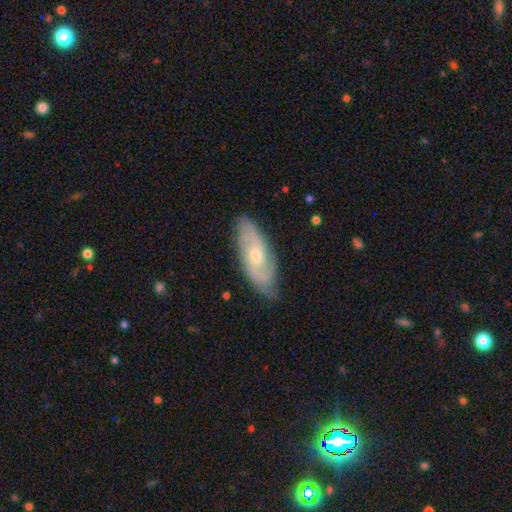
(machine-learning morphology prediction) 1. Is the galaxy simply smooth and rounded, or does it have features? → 74% featured or disk, 21% smooth, 6% star or artifact.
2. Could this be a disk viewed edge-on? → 88% no, 12% yes.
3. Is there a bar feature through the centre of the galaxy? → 64% no, 31% weak, 5% strong.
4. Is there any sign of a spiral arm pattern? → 91% yes, 9% no.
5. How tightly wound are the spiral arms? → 44% tight, 40% medium, 15% loose.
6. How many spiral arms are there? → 50% 2, 29% can't tell, 12% 3, 4% 4, 3% 1, 3% more than 4.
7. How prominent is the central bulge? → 54% moderate, 42% small, 2% large, 1% none, 1% dominant.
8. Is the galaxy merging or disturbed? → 78% none, 18% minor disturbance, 3% major disturbance, 1% merger.